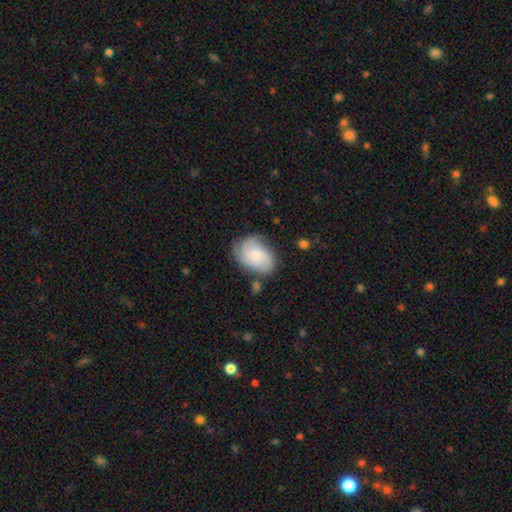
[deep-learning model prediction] Smooth or featured?
  - featured or disk: 49% *
  - smooth: 44%
  - star or artifact: 7%
Merging?
  - none: 60% *
  - minor disturbance: 25%
  - major disturbance: 10%
  - merger: 4%